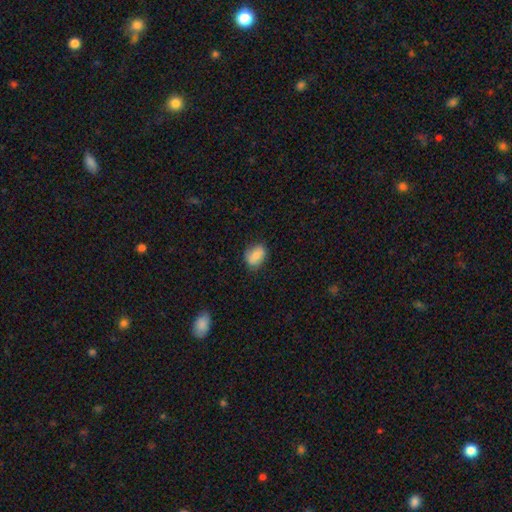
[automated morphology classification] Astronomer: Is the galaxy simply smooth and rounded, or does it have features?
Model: smooth — 78%.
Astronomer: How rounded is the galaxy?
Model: in between — 69%.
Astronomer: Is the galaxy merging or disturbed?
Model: none — 74%.